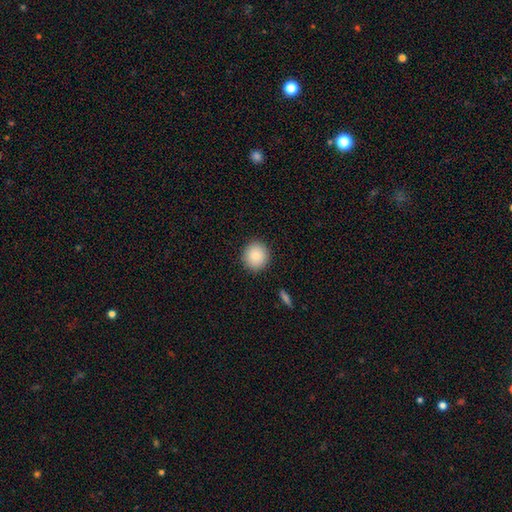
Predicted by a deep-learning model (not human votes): smooth 86%, star or artifact 8%, featured or disk 6%. Down the decision tree: how rounded — round (91%); merging — none (91%).